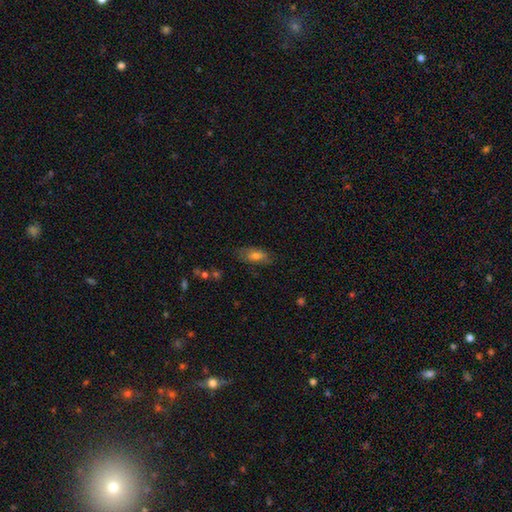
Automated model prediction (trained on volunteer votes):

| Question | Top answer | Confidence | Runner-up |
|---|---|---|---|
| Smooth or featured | smooth | 61% | featured or disk (28%) |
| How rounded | in between | 82% | cigar-shaped (14%) |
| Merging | none | 72% | minor disturbance (20%) |